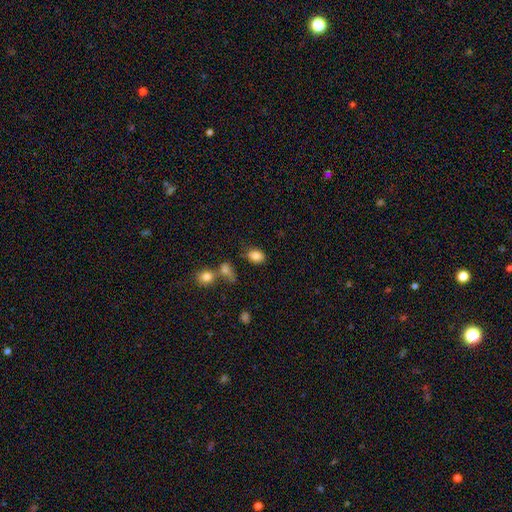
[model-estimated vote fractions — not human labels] Smooth or featured?
  - smooth: 85% *
  - star or artifact: 9%
  - featured or disk: 6%
How rounded?
  - in between: 80% *
  - round: 19%
  - cigar-shaped: 2%
Merging?
  - none: 63% *
  - minor disturbance: 19%
  - merger: 12%
  - major disturbance: 6%